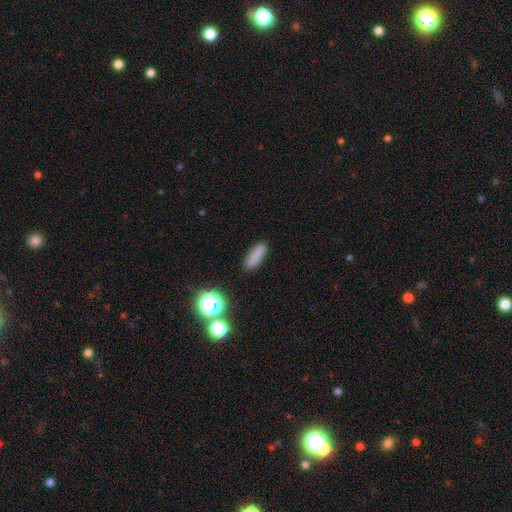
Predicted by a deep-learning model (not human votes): A smooth galaxy with no disk features (82%) that is in between round and cigar-shaped (55%). Merging: none (87%).